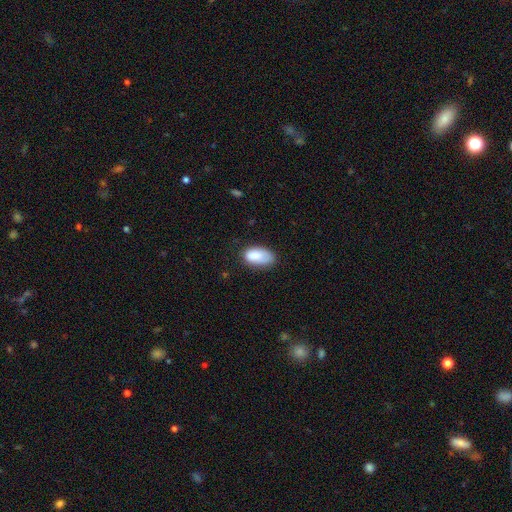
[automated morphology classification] Overall: smooth (83%). How rounded: in between (94%). Merging: none (61%; minor disturbance 29%).